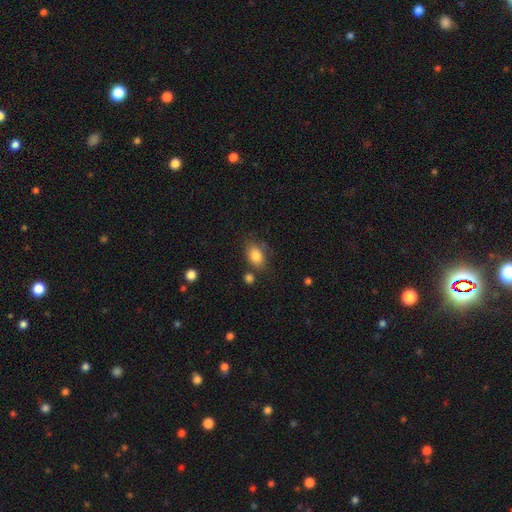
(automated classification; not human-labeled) Smooth or featured? smooth (83%)
How rounded? in between (75%)
Merging? none (67%)